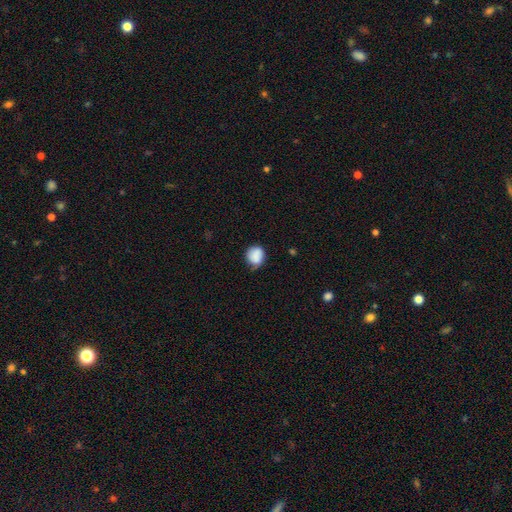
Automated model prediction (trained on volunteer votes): A smooth galaxy with no disk features (84%) that is round (81%).

Vote fractions:
- Smooth or featured? smooth: 84% / star or artifact: 8% / featured or disk: 8%
- How rounded? round: 81% / in between: 18% / cigar-shaped: 1%
- Merging? none: 59% / minor disturbance: 31% / major disturbance: 7% / merger: 3%